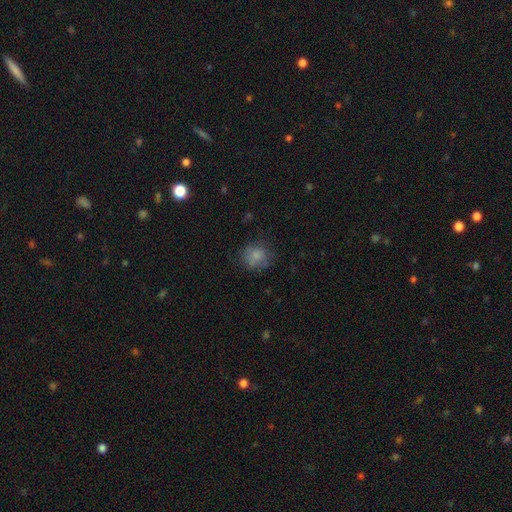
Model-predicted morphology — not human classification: type=smooth (77%); roundness=round (81%); merging=none (67%).